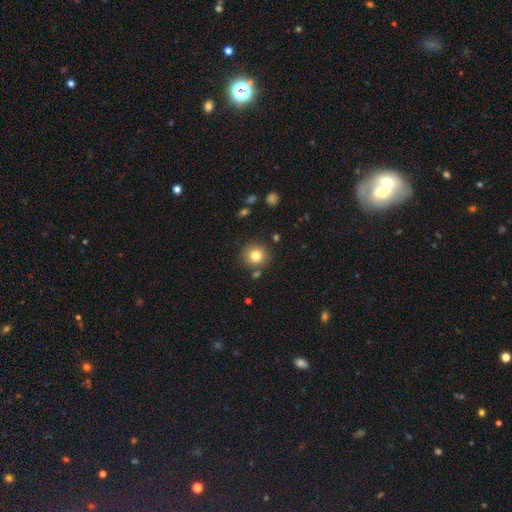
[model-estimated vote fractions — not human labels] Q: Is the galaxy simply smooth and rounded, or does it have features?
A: smooth — 80%.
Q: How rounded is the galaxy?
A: round — 91%.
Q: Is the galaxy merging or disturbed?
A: none — 84%.